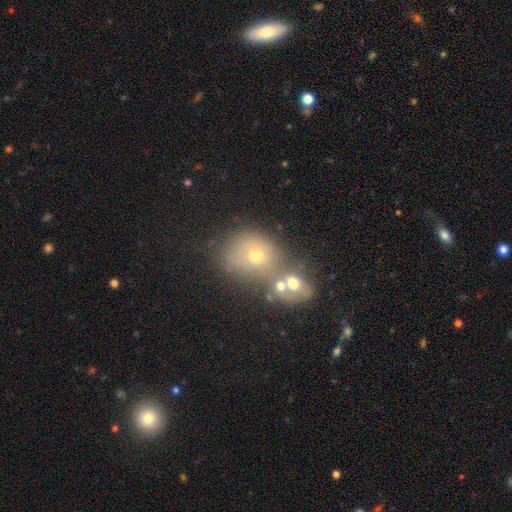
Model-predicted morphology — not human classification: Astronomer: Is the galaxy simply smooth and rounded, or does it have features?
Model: smooth — 51% (runner-up: star or artifact, 26%).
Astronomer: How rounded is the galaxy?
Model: round — 68%.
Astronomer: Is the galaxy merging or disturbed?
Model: merger — 44% (runner-up: none, 43%).